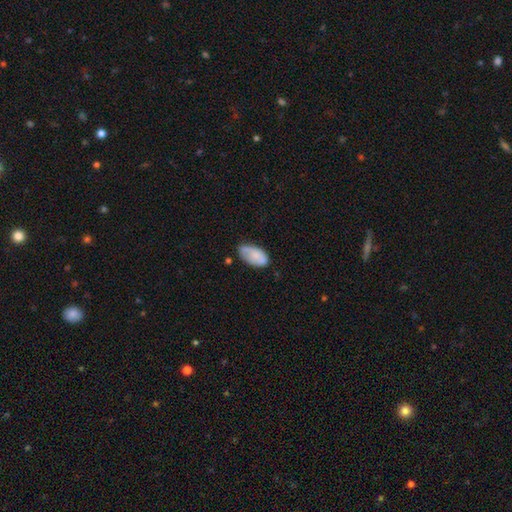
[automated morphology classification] Q: Smooth or featured?
A: smooth (77%); runner-up: featured or disk (17%)
Q: How rounded?
A: in between (95%); runner-up: round (3%)
Q: Merging?
A: none (57%); runner-up: minor disturbance (31%)